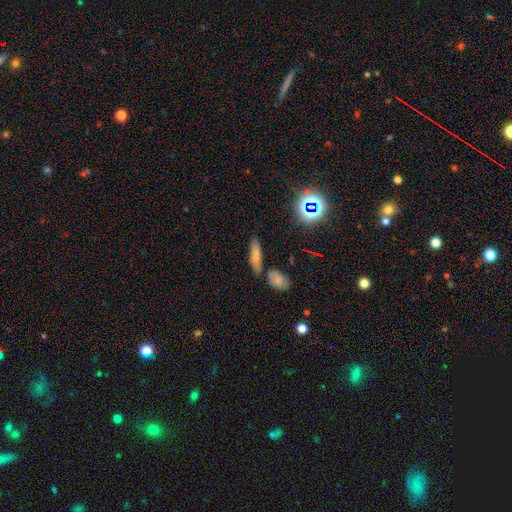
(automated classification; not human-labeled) smooth-or-featured: smooth: 71% | featured or disk: 15% | star or artifact: 14%
  how-rounded: cigar-shaped: 60% | in between: 36% | round: 4%
  merging: none: 67% | minor disturbance: 15% | merger: 13% | major disturbance: 4%